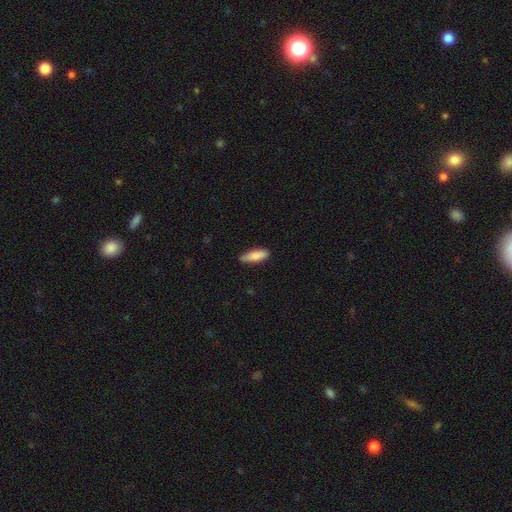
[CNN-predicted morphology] A smooth galaxy with no disk features (82%) that is in between round and cigar-shaped (55%).

Vote fractions:
- Smooth or featured? smooth: 82% / featured or disk: 13% / star or artifact: 6%
- How rounded? in between: 55% / cigar-shaped: 43% / round: 2%
- Merging? none: 80% / minor disturbance: 16% / major disturbance: 2% / merger: 1%